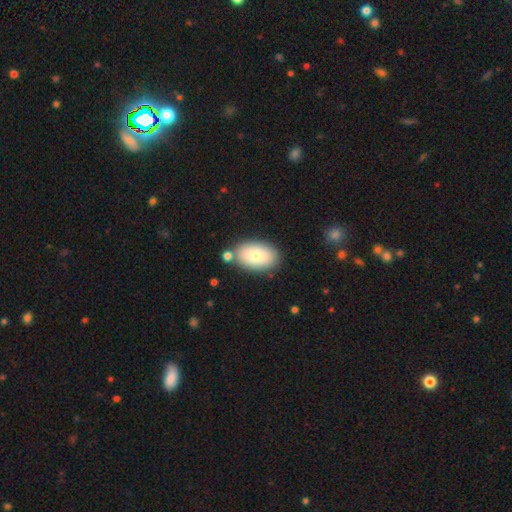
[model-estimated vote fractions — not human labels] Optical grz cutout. It shows a smooth galaxy with no disk features (81%) that is in between round and cigar-shaped (94%). Merging: none (80%).